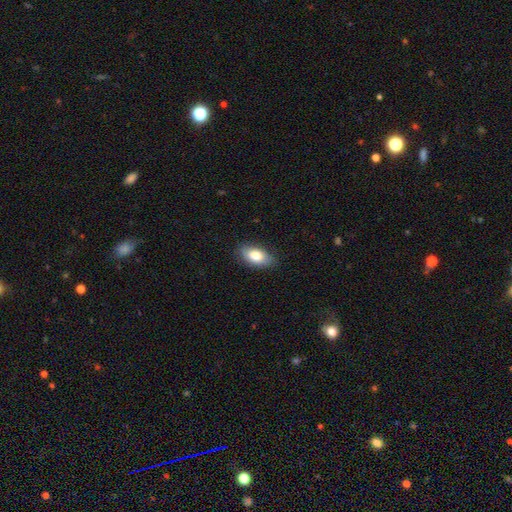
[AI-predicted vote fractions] Smooth or featured? smooth (79%)
How rounded? in between (91%)
Merging? none (84%)